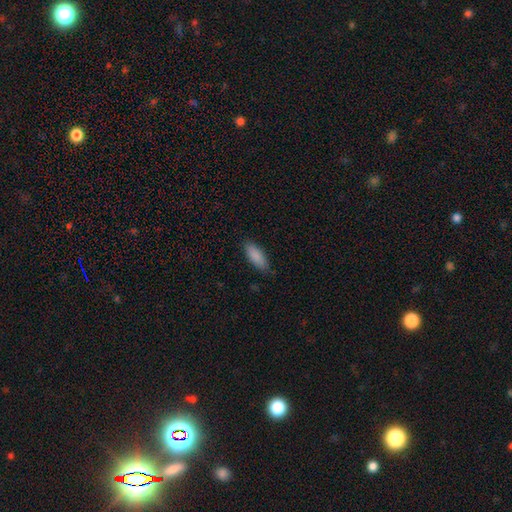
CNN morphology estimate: A smooth galaxy with no disk features (89%) that is in between round and cigar-shaped (72%).

Vote fractions:
- Smooth or featured? smooth: 89% / star or artifact: 6% / featured or disk: 5%
- How rounded? in between: 72% / cigar-shaped: 27% / round: 2%
- Merging? none: 82% / minor disturbance: 14% / major disturbance: 2% / merger: 1%